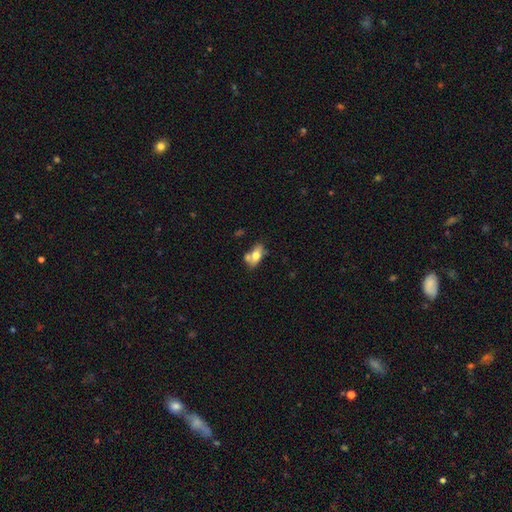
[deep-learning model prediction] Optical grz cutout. It shows a smooth galaxy with no disk features (66%) that is in between round and cigar-shaped (85%). Merging: none (45%).